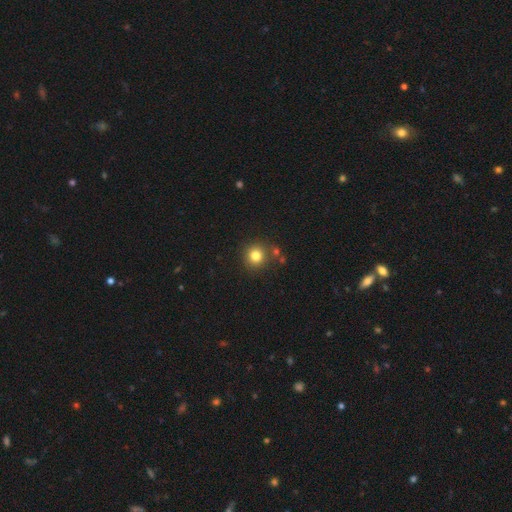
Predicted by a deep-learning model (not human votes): Morphology: type=smooth (80%); roundness=round (92%); merging=none (82%).